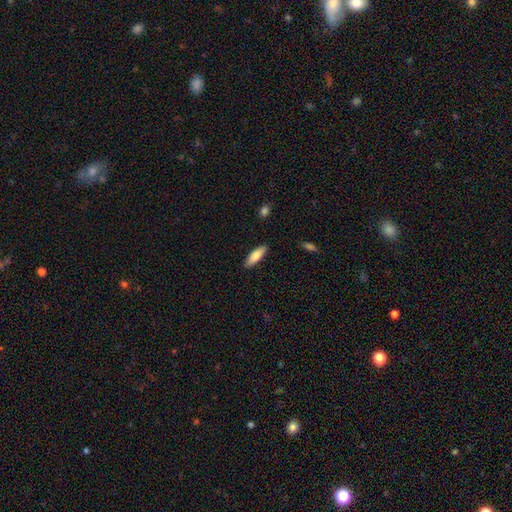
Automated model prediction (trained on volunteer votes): Smooth or featured?
  - smooth: 79% *
  - featured or disk: 15%
  - star or artifact: 6%
How rounded?
  - in between: 51% *
  - cigar-shaped: 48%
  - round: 2%
Merging?
  - none: 88% *
  - minor disturbance: 9%
  - major disturbance: 2%
  - merger: 1%